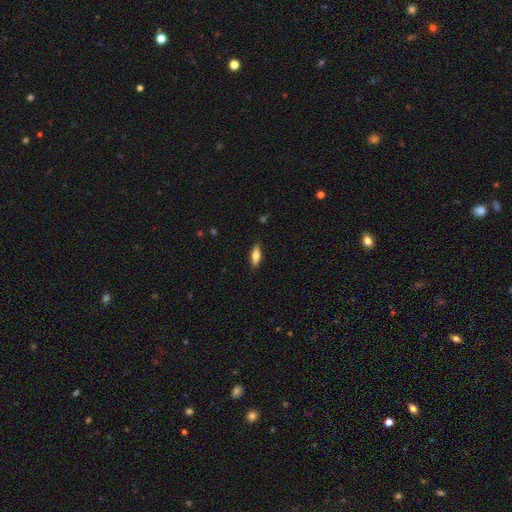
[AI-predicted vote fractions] Morphology: type=smooth (72%); roundness=in between (68%); merging=none (88%).